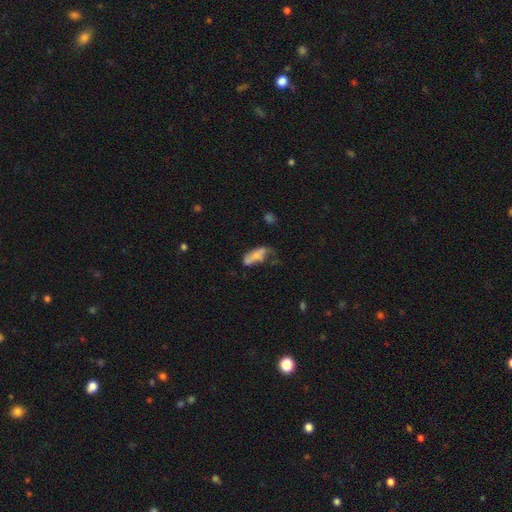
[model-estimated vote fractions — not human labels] smooth-or-featured: smooth: 61% | featured or disk: 28% | star or artifact: 10%
  how-rounded: in between: 73% | cigar-shaped: 24% | round: 3%
  merging: major disturbance: 30% | none: 28% | minor disturbance: 25% | merger: 17%